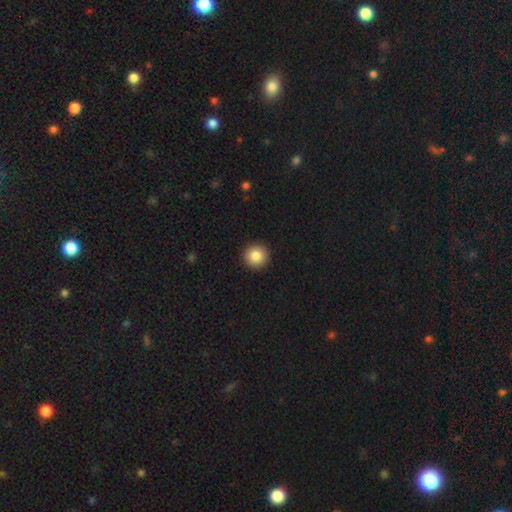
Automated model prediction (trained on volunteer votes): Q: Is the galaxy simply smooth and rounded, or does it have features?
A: smooth — 86%.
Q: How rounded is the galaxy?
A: round — 95%.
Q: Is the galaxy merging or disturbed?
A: none — 93%.